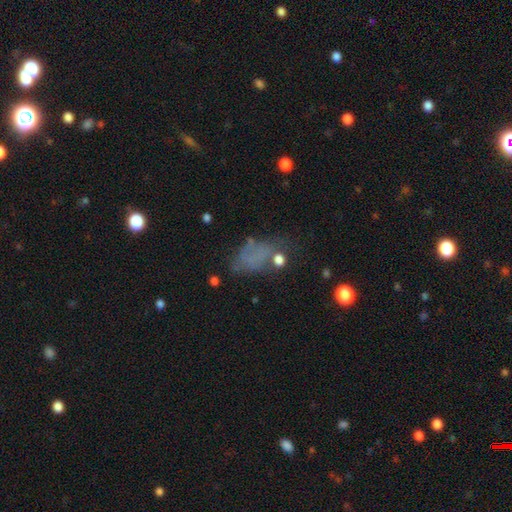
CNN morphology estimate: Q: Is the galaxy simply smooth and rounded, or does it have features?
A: smooth — 51%.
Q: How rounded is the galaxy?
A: in between — 84%.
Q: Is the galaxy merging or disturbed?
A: none — 42%.